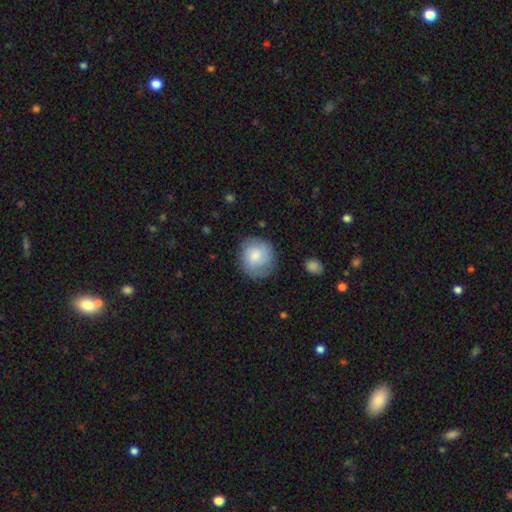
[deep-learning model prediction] Overall: smooth (65%; featured or disk 28%). How rounded: round (85%). Merging: none (78%).